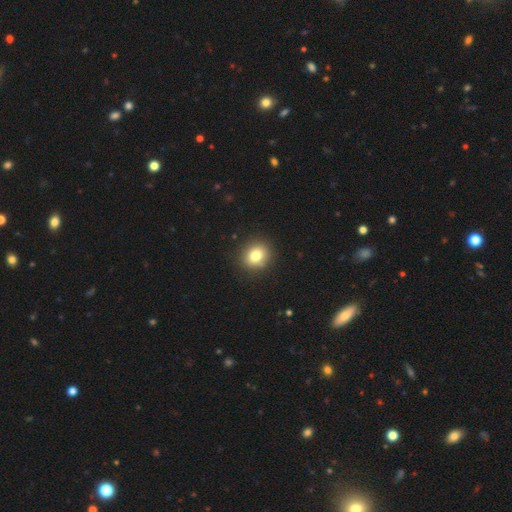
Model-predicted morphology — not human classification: Smooth or featured? Predicted: smooth (p=0.81). How rounded? Predicted: round (p=0.73). Merging? Predicted: none (p=0.89).